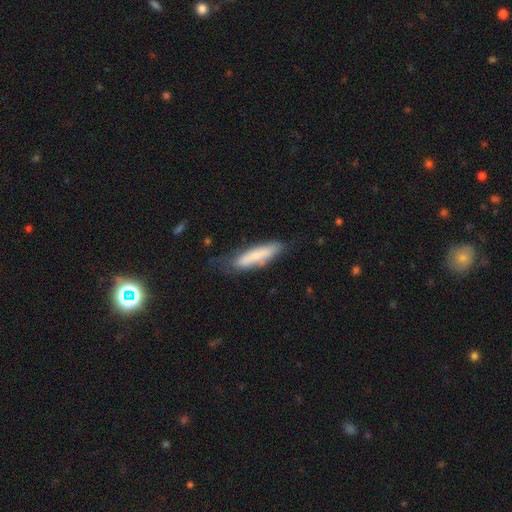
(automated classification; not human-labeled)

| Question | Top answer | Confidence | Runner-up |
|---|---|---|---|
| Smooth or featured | smooth | 68% | featured or disk (26%) |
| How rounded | cigar-shaped | 70% | in between (28%) |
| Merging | none | 54% | minor disturbance (30%) |